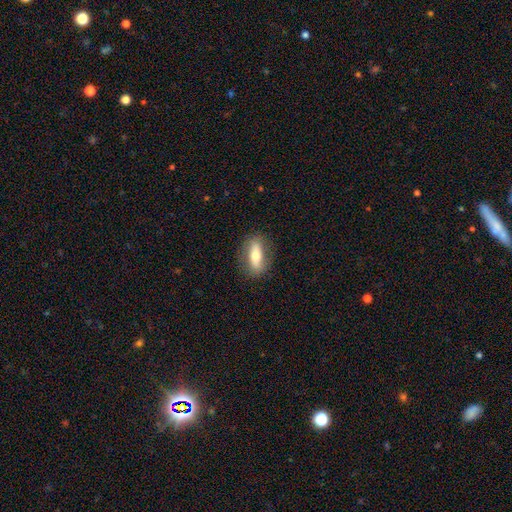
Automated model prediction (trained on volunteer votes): Overall: smooth (56%; featured or disk 38%). How rounded: in between (65%; cigar-shaped 30%). Merging: none (84%).